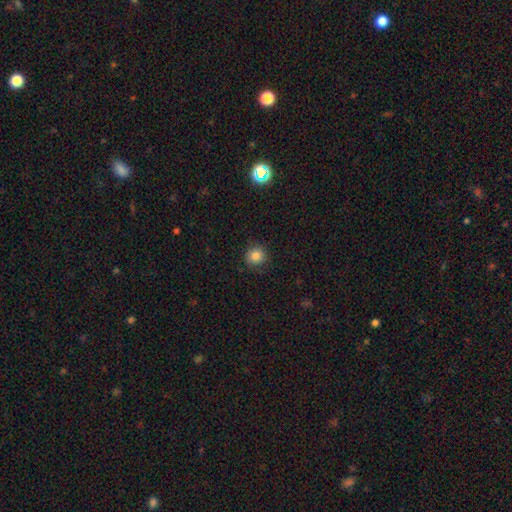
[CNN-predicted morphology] Smooth or featured? smooth (84%)
How rounded? round (90%)
Merging? none (87%)